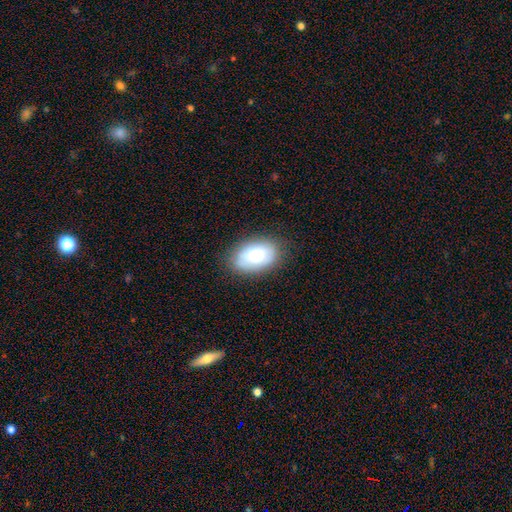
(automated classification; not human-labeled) A smooth galaxy with no disk features (78%) that is in between round and cigar-shaped (91%). Merging: none (78%).